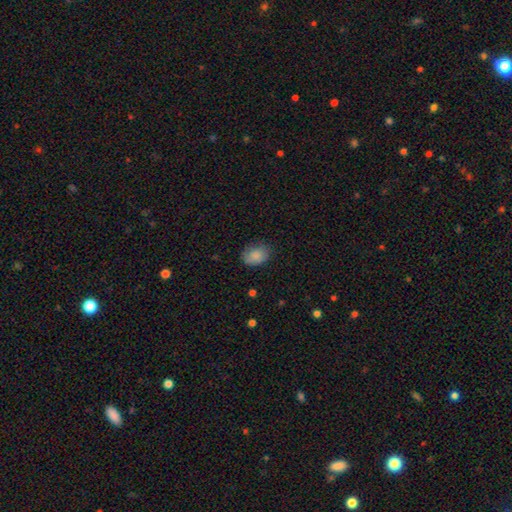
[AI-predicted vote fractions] Smooth or featured? Predicted: smooth (p=0.85). How rounded? Predicted: in between (p=0.73). Merging? Predicted: none (p=0.75).